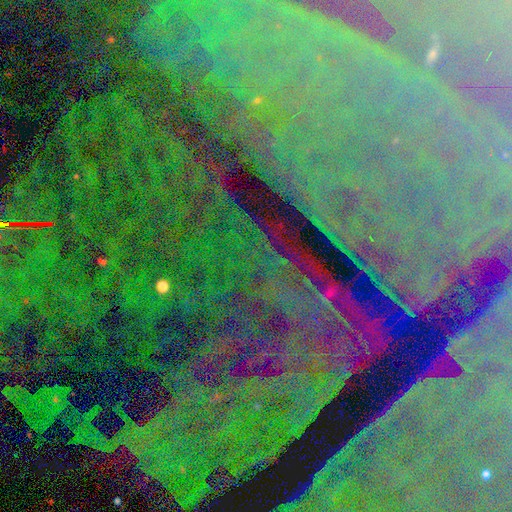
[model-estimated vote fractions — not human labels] The model was most divided on "smooth or featured": star or artifact: 88%, featured or disk: 7%, smooth: 6%.